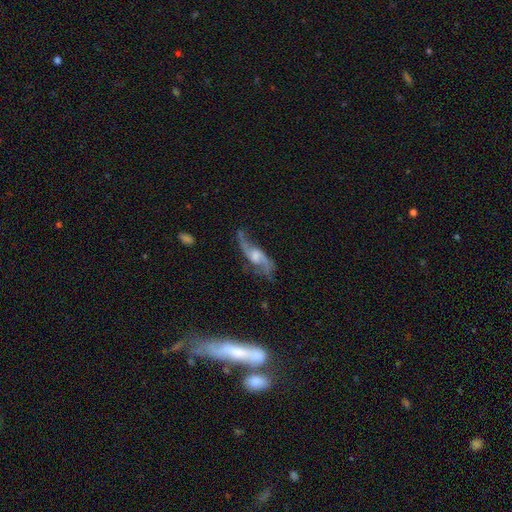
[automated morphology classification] featured or disk 86%, smooth 8%, star or artifact 6%. Down the decision tree: edge-on disk — no (90%); bar — no (49%); spiral arms — yes (95%); spiral arm count — 2 (92%); spiral winding — loose (76%); bulge size — moderate (43%); merging — none (66%).